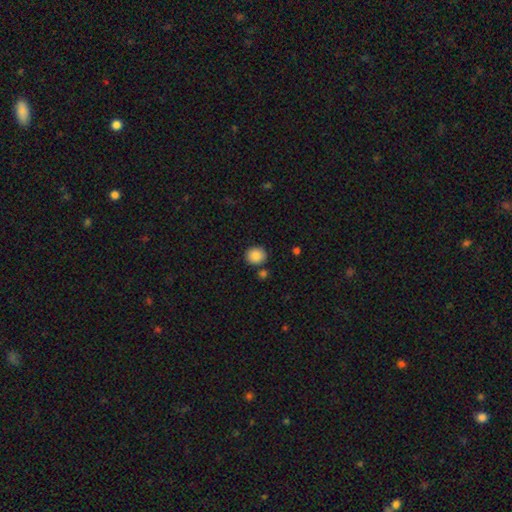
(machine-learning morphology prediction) A smooth galaxy with no disk features (87%) that is round (82%).

Vote fractions:
- Smooth or featured? smooth: 87% / star or artifact: 9% / featured or disk: 5%
- How rounded? round: 82% / in between: 18% / cigar-shaped: 1%
- Merging? none: 82% / minor disturbance: 9% / merger: 6% / major disturbance: 2%